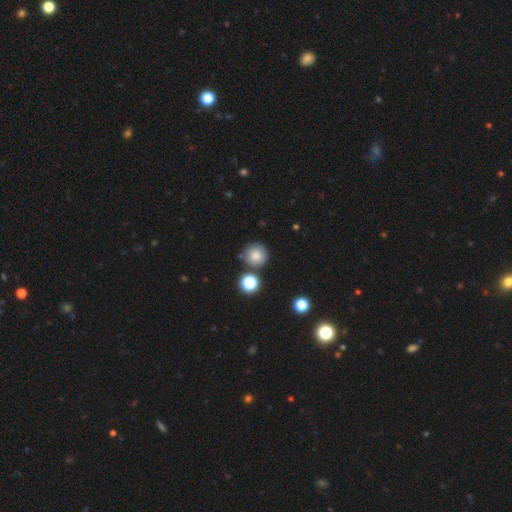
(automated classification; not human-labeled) smooth_or_featured: smooth (p=0.81) [alt: star or artifact p=0.13]
how_rounded: round (p=0.94) [alt: in between p=0.05]
merging: none (p=0.80) [alt: minor disturbance p=0.09]